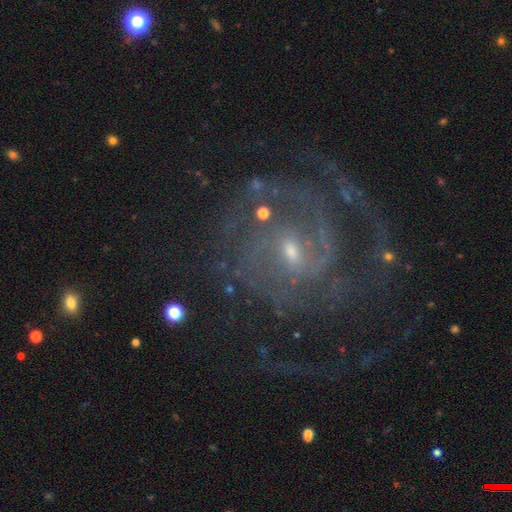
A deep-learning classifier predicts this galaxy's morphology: Smooth or featured: featured or disk — 88% (star or artifact — 7%)
Edge-on disk: no — 98% (yes — 2%)
Bar: weak — 48% (no — 38%)
Spiral arms: yes — 96% (no — 4%)
Spiral winding: tight — 54% (medium — 36%)
Spiral arm count: 2 — 34% (can't tell — 27%)
Bulge size: small — 72% (moderate — 23%)
Merging: none — 65% (major disturbance — 17%)